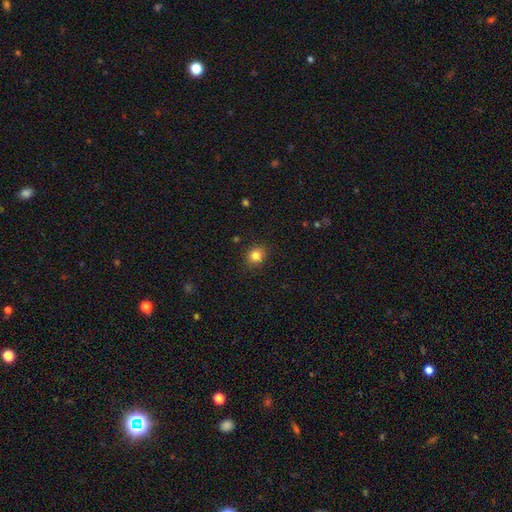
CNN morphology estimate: A smooth galaxy with no disk features (83%) that is round (74%). Merging: none (88%).